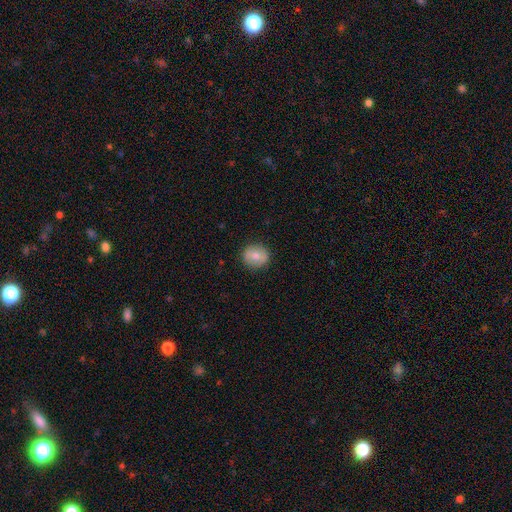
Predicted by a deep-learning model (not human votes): A smooth galaxy with no disk features (73%) that is round (86%).

Vote fractions:
- Smooth or featured? smooth: 73% / featured or disk: 19% / star or artifact: 8%
- How rounded? round: 86% / in between: 13% / cigar-shaped: 1%
- Merging? none: 89% / minor disturbance: 8% / major disturbance: 2% / merger: 1%